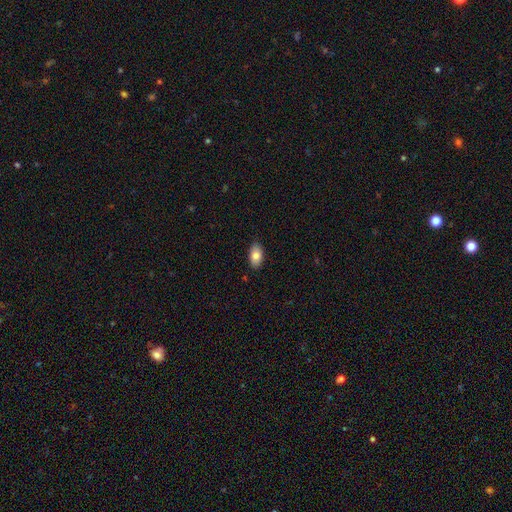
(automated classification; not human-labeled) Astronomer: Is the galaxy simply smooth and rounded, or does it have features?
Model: smooth — 82%.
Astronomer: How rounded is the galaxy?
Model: in between — 93%.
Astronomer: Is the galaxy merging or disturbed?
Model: none — 88%.